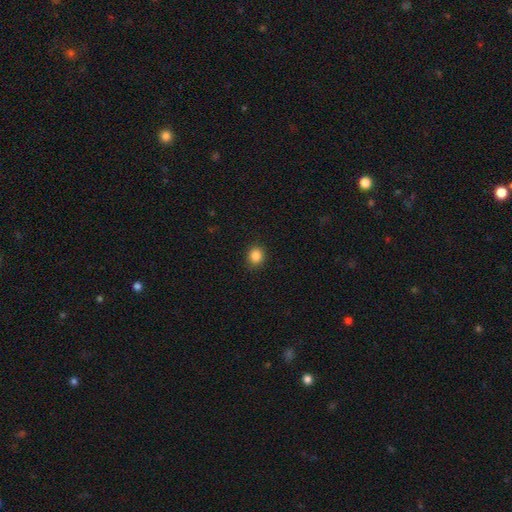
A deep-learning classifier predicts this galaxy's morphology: Overall: smooth (86%). How rounded: round (79%). Merging: none (90%).